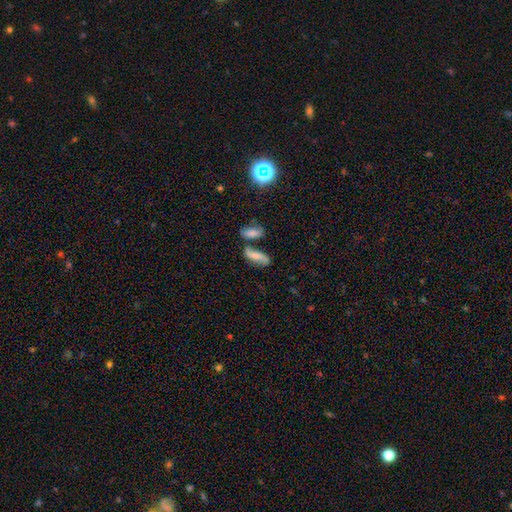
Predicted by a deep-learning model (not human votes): Smooth or featured? Predicted: smooth (p=0.50). How rounded? Predicted: in between (p=0.62). Merging? Predicted: none (p=0.48).